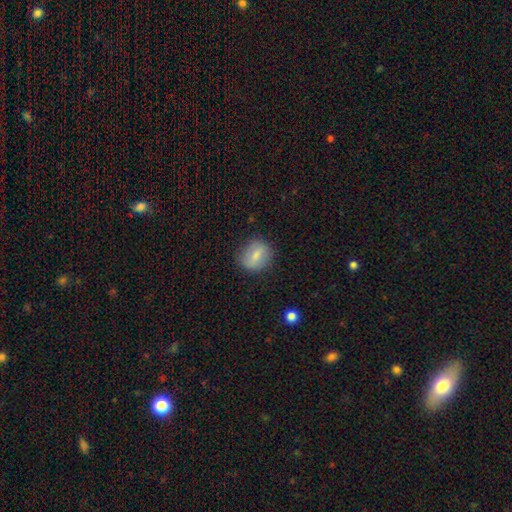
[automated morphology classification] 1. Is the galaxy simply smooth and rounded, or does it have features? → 69% smooth, 23% featured or disk, 8% star or artifact.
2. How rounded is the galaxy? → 60% round, 38% in between, 2% cigar-shaped.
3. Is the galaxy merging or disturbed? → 78% none, 16% minor disturbance, 5% major disturbance, 1% merger.